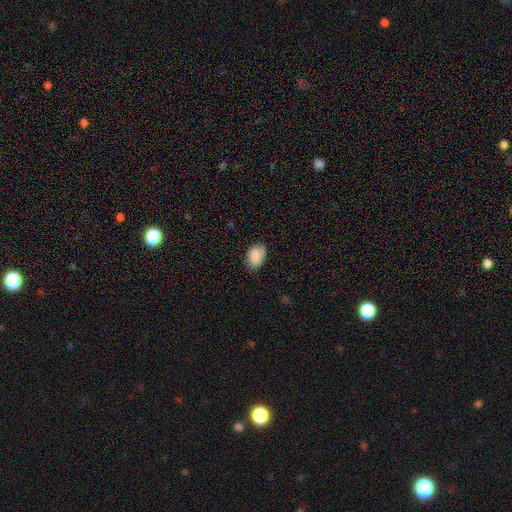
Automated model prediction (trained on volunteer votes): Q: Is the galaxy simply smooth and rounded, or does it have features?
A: smooth — 80%.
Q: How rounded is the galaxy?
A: in between — 85%.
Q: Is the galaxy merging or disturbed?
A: none — 71%.